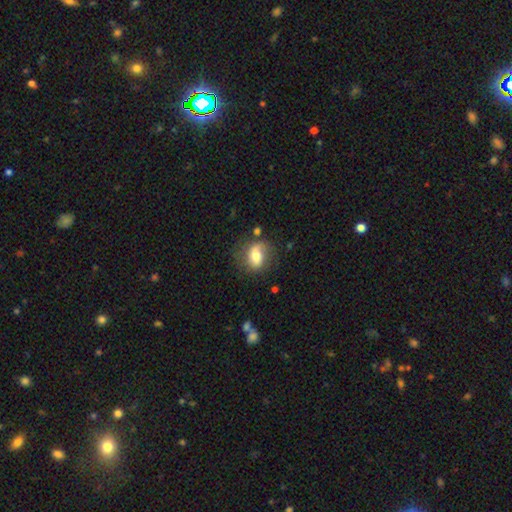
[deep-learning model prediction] A smooth galaxy with no disk features (57%) that is in between round and cigar-shaped (58%).

Vote fractions:
- Smooth or featured? smooth: 57% / featured or disk: 34% / star or artifact: 8%
- How rounded? in between: 58% / round: 41% / cigar-shaped: 2%
- Merging? none: 62% / minor disturbance: 24% / major disturbance: 10% / merger: 4%